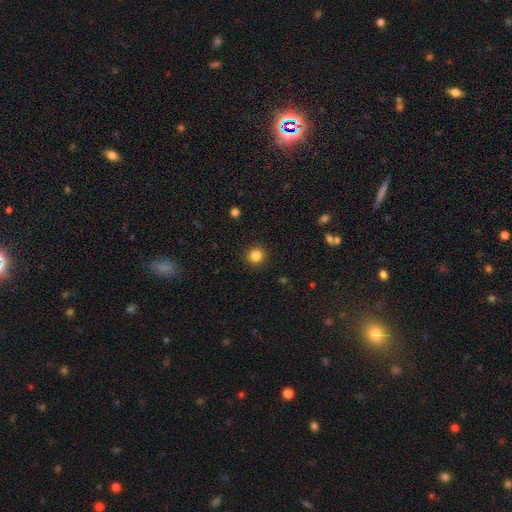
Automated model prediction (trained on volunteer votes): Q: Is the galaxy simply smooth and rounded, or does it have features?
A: smooth — 84%.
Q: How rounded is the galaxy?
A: round — 91%.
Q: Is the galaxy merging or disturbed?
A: none — 91%.